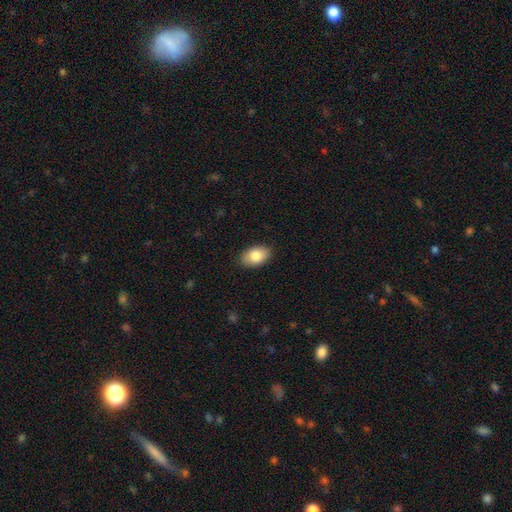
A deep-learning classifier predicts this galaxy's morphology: Q: Smooth or featured?
A: smooth (83%); runner-up: featured or disk (10%)
Q: How rounded?
A: in between (90%); runner-up: round (8%)
Q: Merging?
A: none (88%); runner-up: minor disturbance (9%)